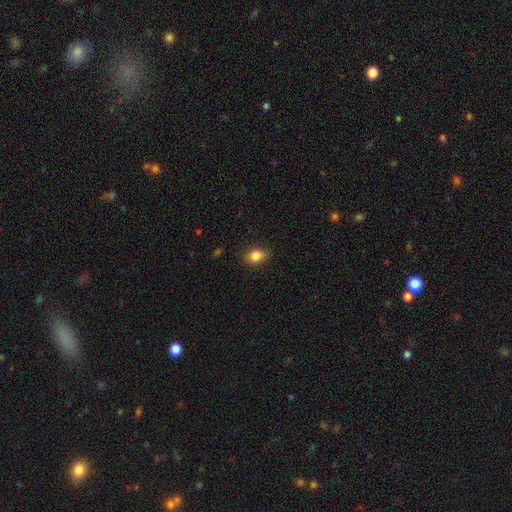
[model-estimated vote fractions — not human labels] A smooth galaxy with no disk features (85%) that is in between round and cigar-shaped (52%). Merging: none (84%).